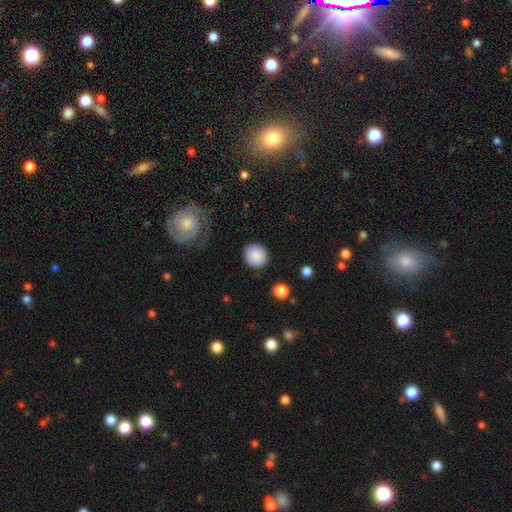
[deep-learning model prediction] A smooth galaxy with no disk features (88%) that is round (87%).

Vote fractions:
- Smooth or featured? smooth: 88% / star or artifact: 7% / featured or disk: 5%
- How rounded? round: 87% / in between: 12% / cigar-shaped: 1%
- Merging? none: 88% / minor disturbance: 8% / major disturbance: 3% / merger: 2%